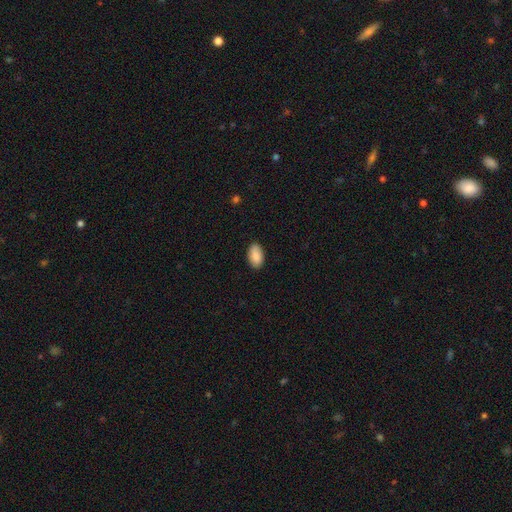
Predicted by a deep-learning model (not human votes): smooth_or_featured: smooth (p=0.89) [alt: star or artifact p=0.06]
how_rounded: in between (p=0.95) [alt: round p=0.04]
merging: none (p=0.88) [alt: minor disturbance p=0.09]